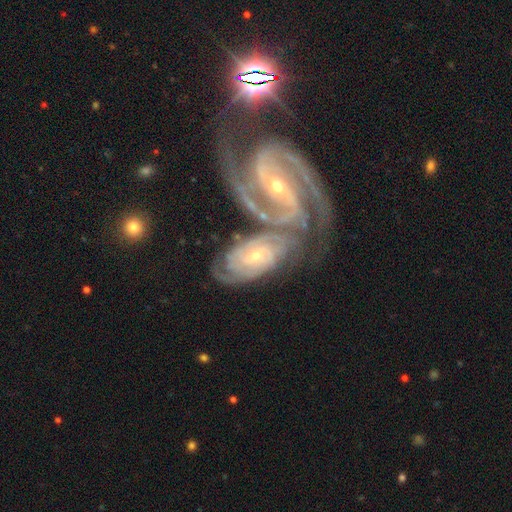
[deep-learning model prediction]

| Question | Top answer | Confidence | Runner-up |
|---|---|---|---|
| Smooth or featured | featured or disk | 87% | smooth (8%) |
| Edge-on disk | no | 95% | yes (5%) |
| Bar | no | 42% | weak (39%) |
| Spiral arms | yes | 97% | no (3%) |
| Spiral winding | tight | 67% | medium (28%) |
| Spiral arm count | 2 | 33% | 3 (26%) |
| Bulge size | small | 60% | moderate (36%) |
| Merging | merger | 45% | none (34%) |